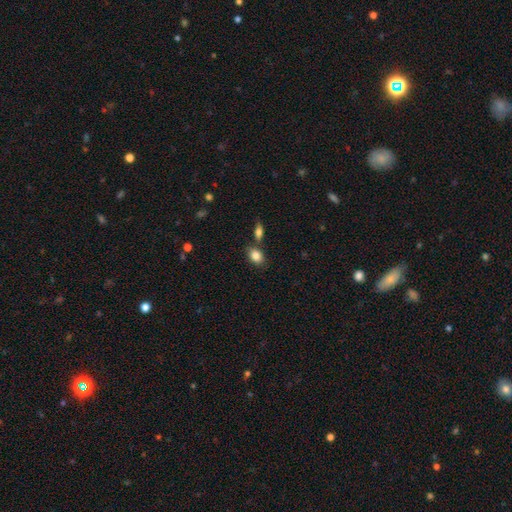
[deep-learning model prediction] smooth_or_featured: smooth (p=0.85) [alt: star or artifact p=0.08]
how_rounded: in between (p=0.77) [alt: round p=0.21]
merging: none (p=0.65) [alt: merger p=0.19]